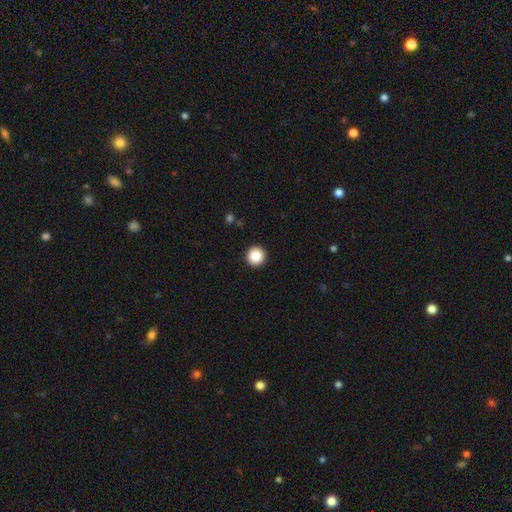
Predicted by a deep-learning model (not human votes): Smooth or featured? smooth (87%)
How rounded? round (96%)
Merging? none (93%)